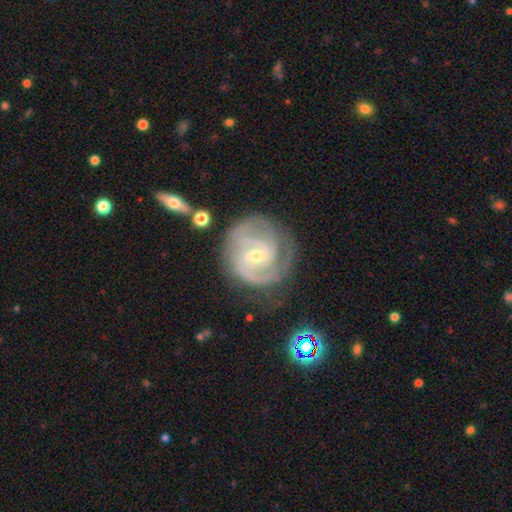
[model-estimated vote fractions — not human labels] Q: Smooth or featured?
A: featured or disk (87%); runner-up: smooth (8%)
Q: Edge-on disk?
A: no (97%); runner-up: yes (3%)
Q: Bar?
A: weak (50%); runner-up: no (33%)
Q: Spiral arms?
A: yes (96%); runner-up: no (4%)
Q: Spiral winding?
A: tight (58%); runner-up: medium (34%)
Q: Spiral arm count?
A: 2 (45%); runner-up: can't tell (21%)
Q: Bulge size?
A: small (55%); runner-up: moderate (42%)
Q: Merging?
A: none (65%); runner-up: minor disturbance (20%)